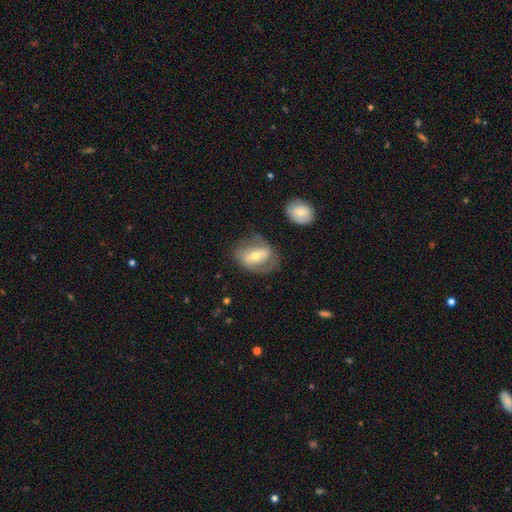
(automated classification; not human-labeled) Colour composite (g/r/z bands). It shows a featured or disk galaxy (58%) with a strong bar (40%), spiral arms (60%) and a moderate central bulge (59%). Merging: none (60%).